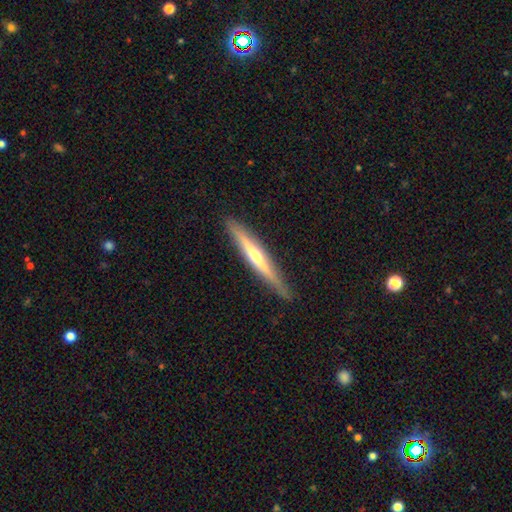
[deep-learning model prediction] Smooth or featured? featured or disk (68%)
Edge-on disk? yes (97%)
Edge-on bulge? rounded (72%)
Merging? none (88%)